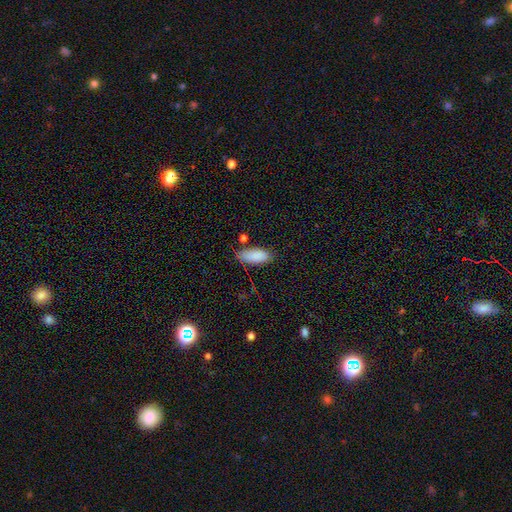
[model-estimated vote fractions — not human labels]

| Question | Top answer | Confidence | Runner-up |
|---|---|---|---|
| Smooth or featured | smooth | 88% | star or artifact (7%) |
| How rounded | in between | 87% | cigar-shaped (11%) |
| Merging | none | 75% | minor disturbance (16%) |